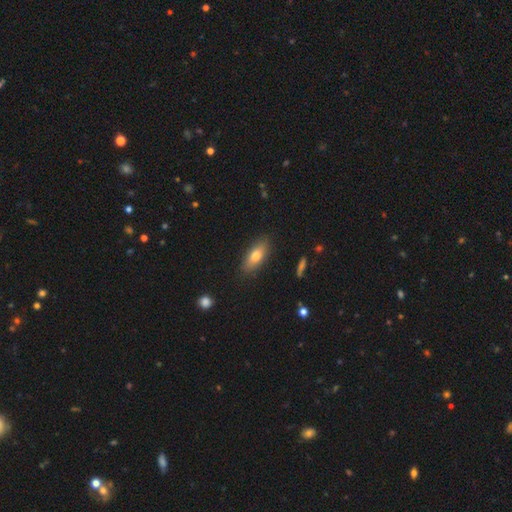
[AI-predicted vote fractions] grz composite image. It shows a smooth galaxy with no disk features (73%) that is in between round and cigar-shaped (73%). Merging: none (86%).